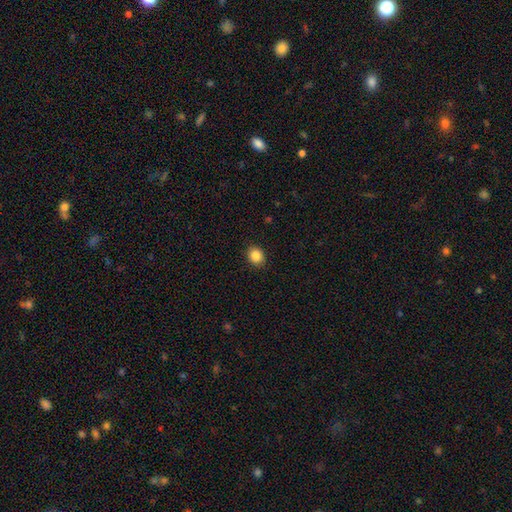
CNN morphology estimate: Smooth or featured: smooth — 86% (star or artifact — 10%)
How rounded: round — 68% (in between — 32%)
Merging: none — 90% (minor disturbance — 7%)